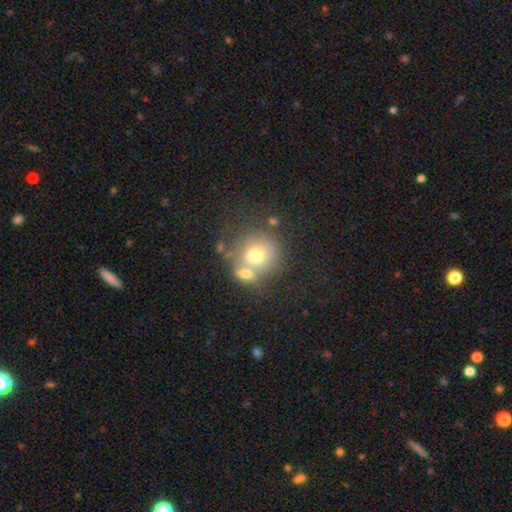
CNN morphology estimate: Smooth or featured: smooth — 69% (featured or disk — 21%)
How rounded: round — 86% (in between — 13%)
Merging: none — 43% (merger — 41%)